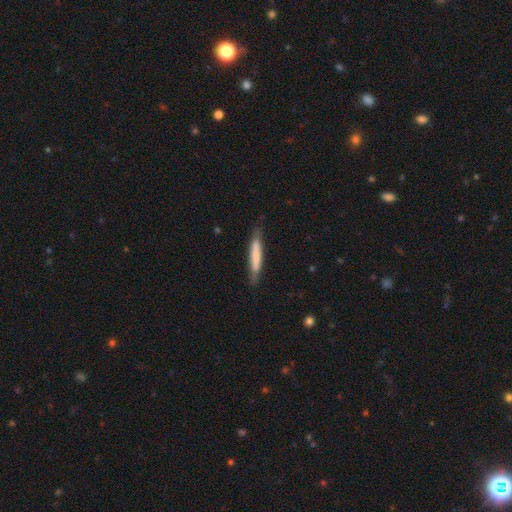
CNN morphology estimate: Q: Smooth or featured?
A: smooth (71%); runner-up: featured or disk (24%)
Q: How rounded?
A: cigar-shaped (93%); runner-up: in between (6%)
Q: Merging?
A: none (79%); runner-up: minor disturbance (16%)